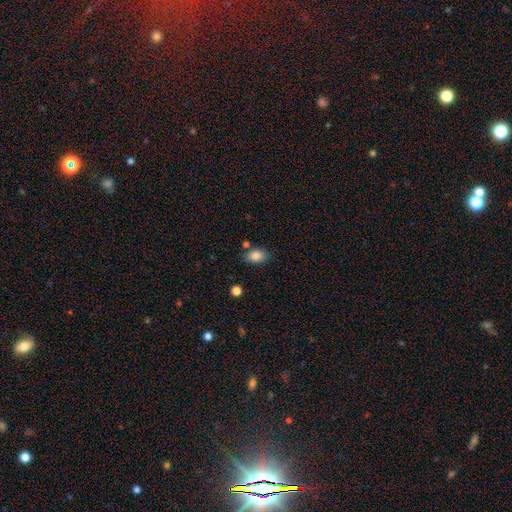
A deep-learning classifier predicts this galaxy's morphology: This appears to be a smooth galaxy with no disk features (85%) that is in between round and cigar-shaped (85%). Merging: none (77%).